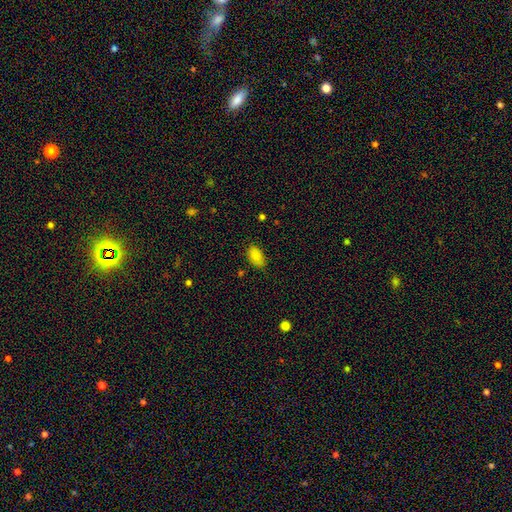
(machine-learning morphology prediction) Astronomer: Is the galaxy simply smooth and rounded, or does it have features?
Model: smooth — 85%.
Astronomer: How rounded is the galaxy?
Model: in between — 92%.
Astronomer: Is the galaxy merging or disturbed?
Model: none — 82%.